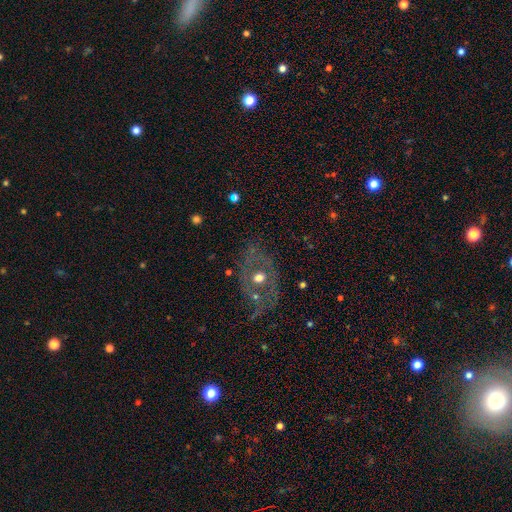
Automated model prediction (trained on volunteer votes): featured or disk 66%, smooth 18%, star or artifact 15%. Down the decision tree: edge-on disk — no (94%); bar — no (81%); spiral arms — yes (55%); bulge size — moderate (69%); merging — none (67%).